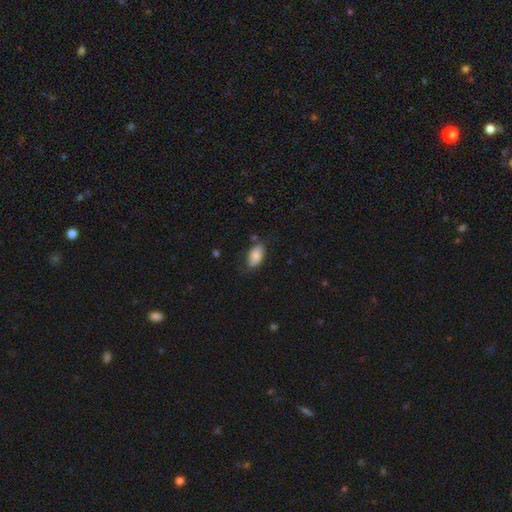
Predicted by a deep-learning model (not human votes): Morphology: type=smooth (80%); roundness=in between (94%); merging=none (72%).